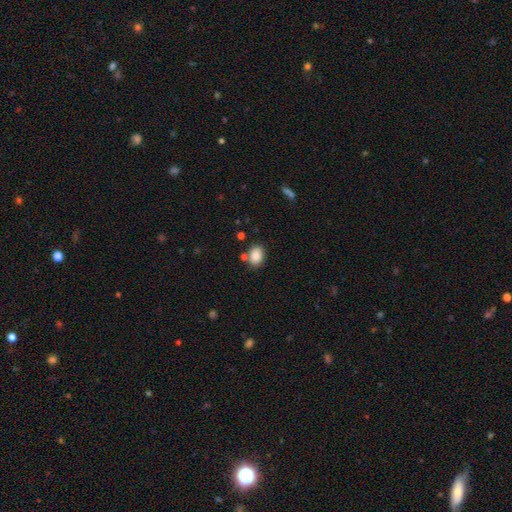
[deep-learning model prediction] smooth_or_featured: smooth (p=0.86) [alt: star or artifact p=0.09]
how_rounded: in between (p=0.75) [alt: round p=0.24]
merging: none (p=0.75) [alt: minor disturbance p=0.13]